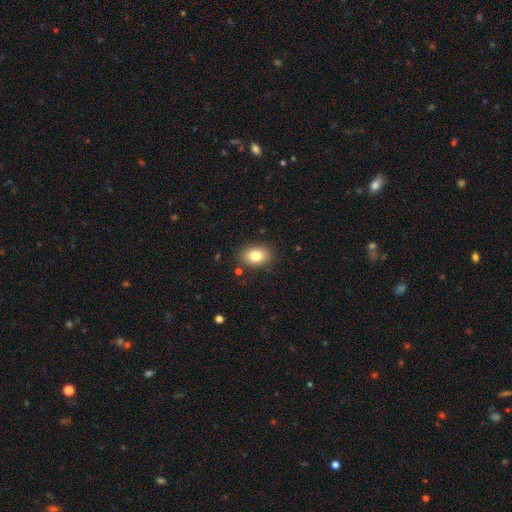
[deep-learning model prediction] This is clearly a smooth galaxy (81%). How rounded: likely in between (78%). Merging: clearly none (85%).